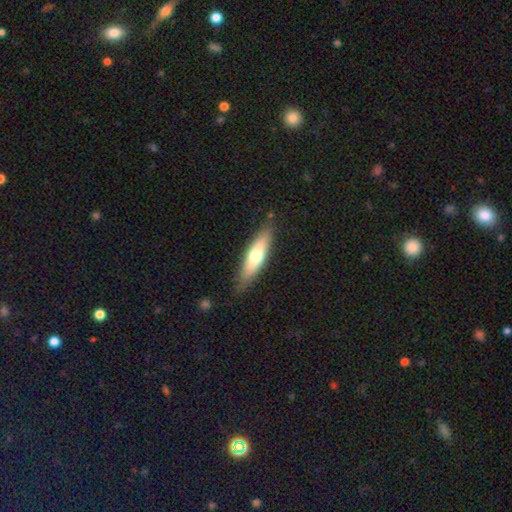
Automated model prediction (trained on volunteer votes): Q: Smooth or featured?
A: smooth (58%); runner-up: featured or disk (37%)
Q: How rounded?
A: cigar-shaped (68%); runner-up: in between (30%)
Q: Merging?
A: none (84%); runner-up: minor disturbance (12%)